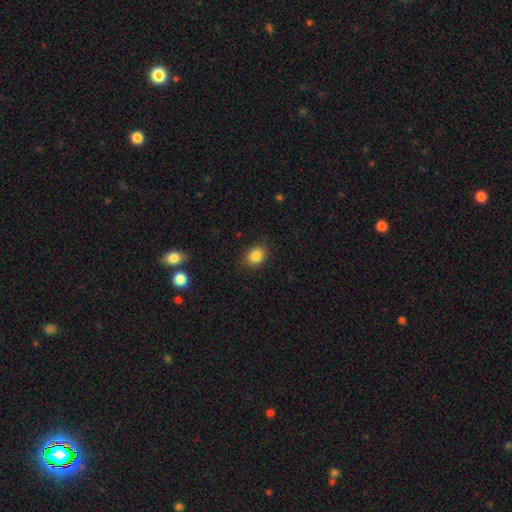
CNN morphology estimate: Q: Smooth or featured?
A: smooth (86%); runner-up: star or artifact (10%)
Q: How rounded?
A: round (50%); runner-up: in between (49%)
Q: Merging?
A: none (84%); runner-up: minor disturbance (12%)